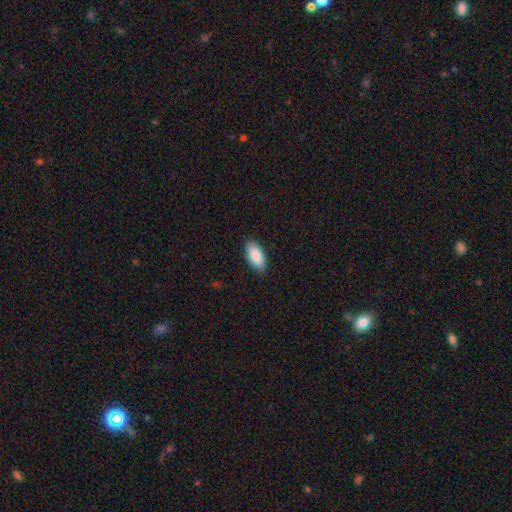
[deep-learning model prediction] smooth 89%, star or artifact 6%, featured or disk 6%. Down the decision tree: how rounded — in between (91%); merging — none (89%).